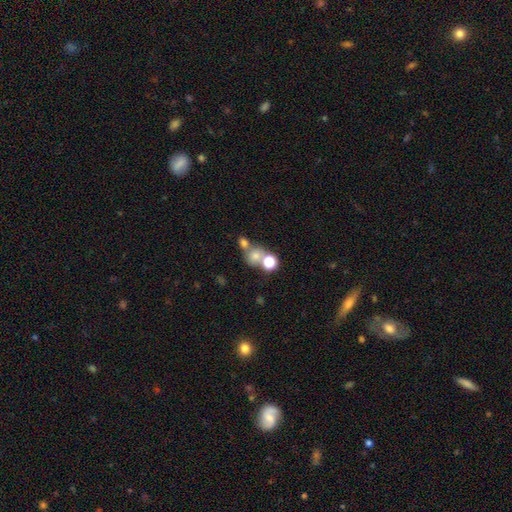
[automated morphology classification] A smooth galaxy with no disk features (67%) that is round (70%). Merging: merger (47%).